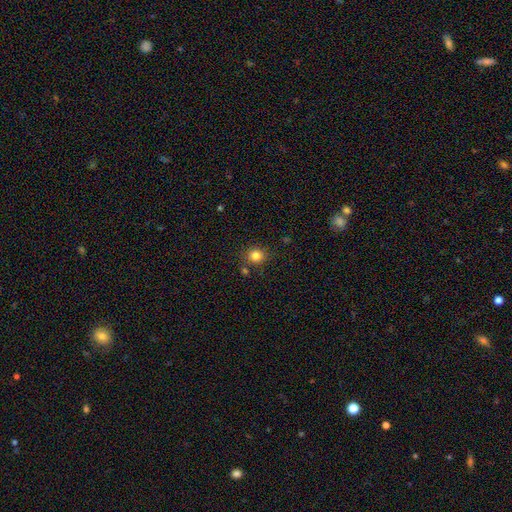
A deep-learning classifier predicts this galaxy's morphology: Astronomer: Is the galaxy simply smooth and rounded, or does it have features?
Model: smooth — 82%.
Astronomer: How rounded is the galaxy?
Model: round — 87%.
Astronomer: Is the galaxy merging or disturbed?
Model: none — 80%.